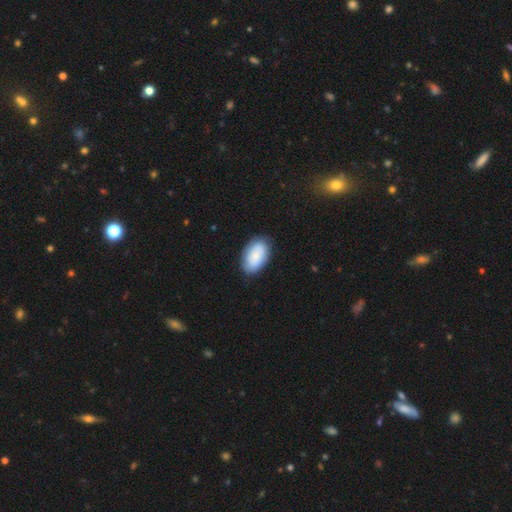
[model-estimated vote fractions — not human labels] smooth-or-featured: smooth: 74% | featured or disk: 20% | star or artifact: 7%
  how-rounded: in between: 93% | round: 6% | cigar-shaped: 1%
  merging: none: 81% | minor disturbance: 14% | major disturbance: 3% | merger: 1%